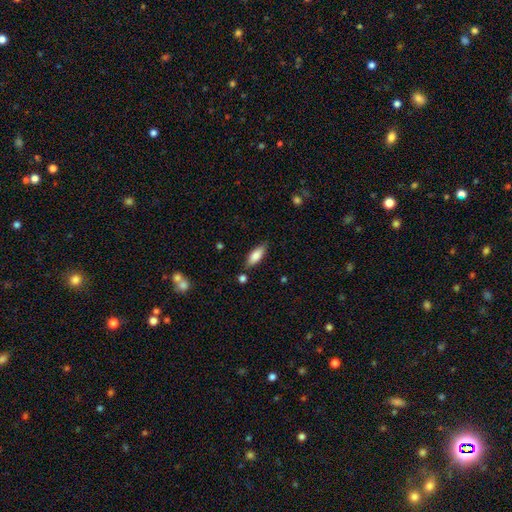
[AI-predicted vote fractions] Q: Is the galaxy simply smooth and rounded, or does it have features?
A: smooth — 82%.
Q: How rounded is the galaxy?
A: in between — 73%.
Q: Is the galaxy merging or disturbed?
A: none — 80%.